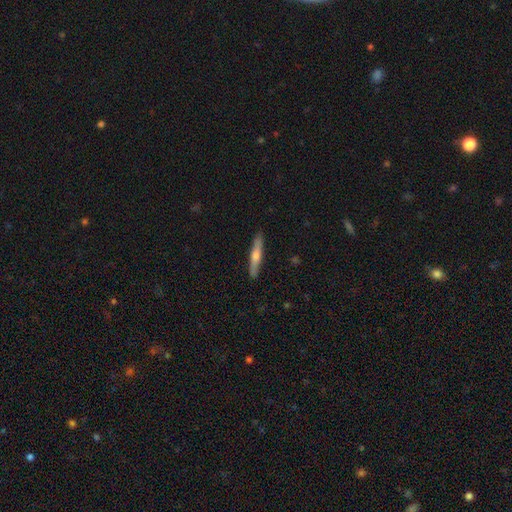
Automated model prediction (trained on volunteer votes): Smooth or featured: featured or disk — 52% (smooth — 43%)
Edge-on disk: yes — 95% (no — 5%)
Merging: none — 90% (minor disturbance — 8%)